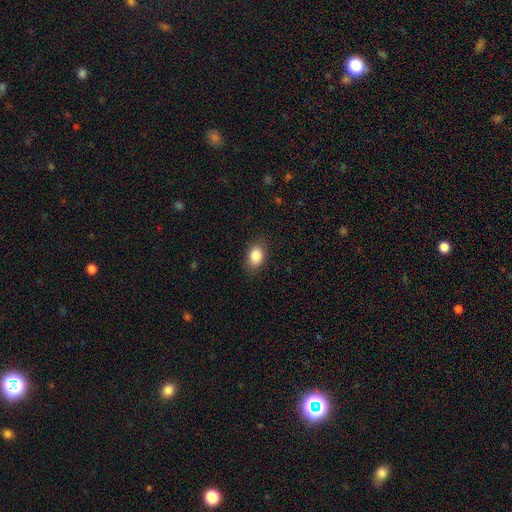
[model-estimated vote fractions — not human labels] Overall: smooth (86%). How rounded: in between (80%). Merging: none (86%).